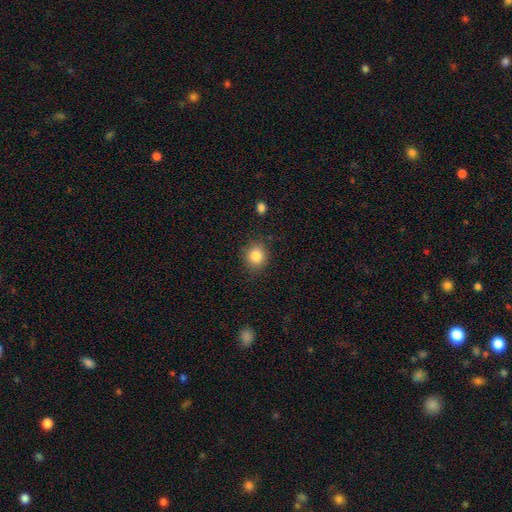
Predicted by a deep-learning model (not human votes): Overall: smooth (84%). How rounded: round (81%). Merging: none (87%).